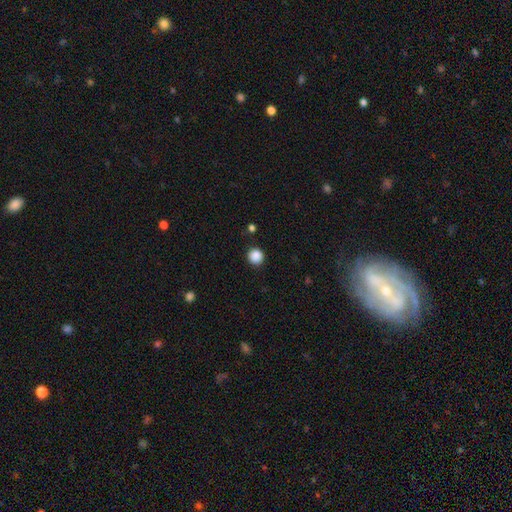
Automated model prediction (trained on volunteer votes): Smooth or featured? smooth (88%)
How rounded? round (94%)
Merging? none (91%)